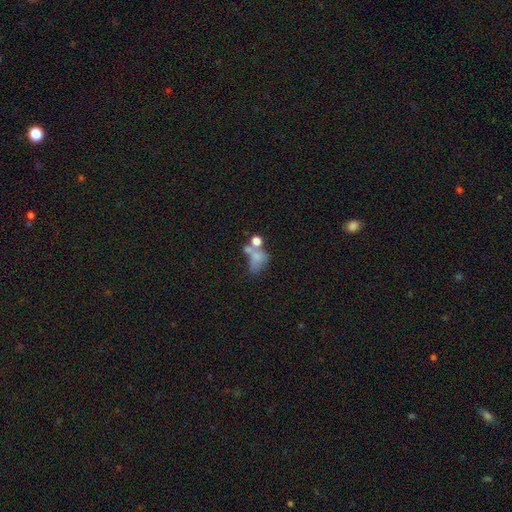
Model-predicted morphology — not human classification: type=smooth (57%); roundness=in between (68%); merging=merger (45%).